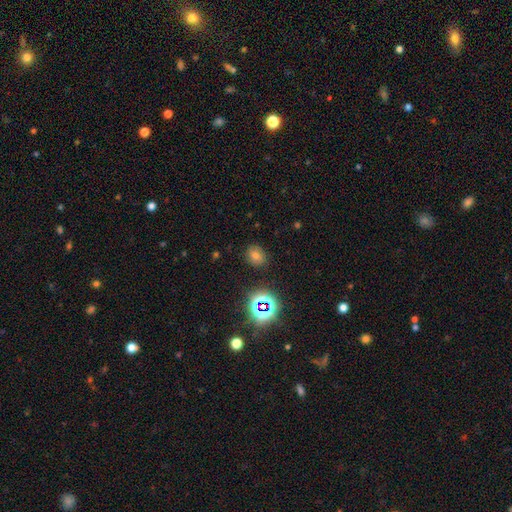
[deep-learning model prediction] A smooth galaxy with no disk features (57%) that is round (60%).

Vote fractions:
- Smooth or featured? smooth: 57% / star or artifact: 32% / featured or disk: 11%
- How rounded? round: 60% / in between: 39% / cigar-shaped: 1%
- Merging? none: 86% / minor disturbance: 9% / major disturbance: 3% / merger: 2%